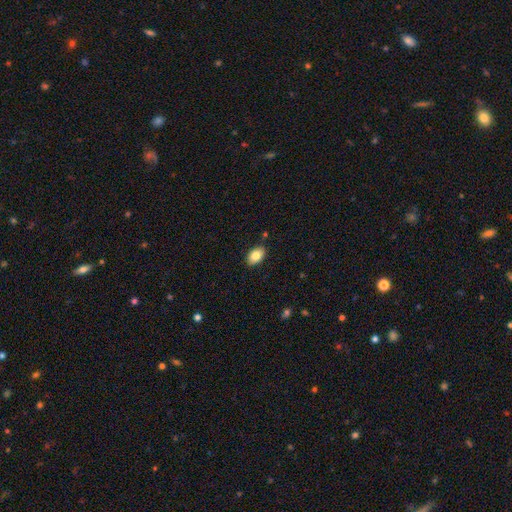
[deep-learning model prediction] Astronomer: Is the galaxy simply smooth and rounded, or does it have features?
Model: smooth — 83%.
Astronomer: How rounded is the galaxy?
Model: in between — 91%.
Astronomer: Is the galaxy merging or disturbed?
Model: none — 86%.